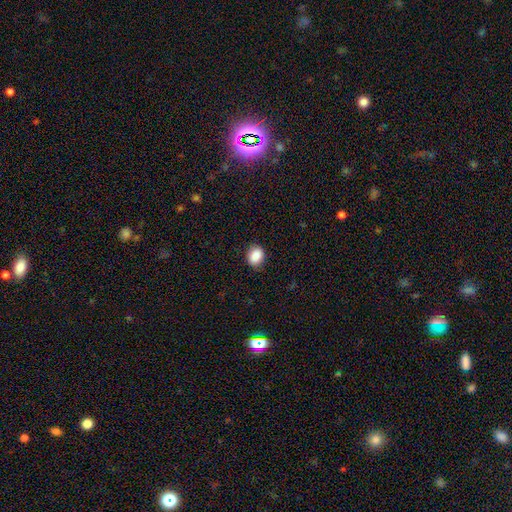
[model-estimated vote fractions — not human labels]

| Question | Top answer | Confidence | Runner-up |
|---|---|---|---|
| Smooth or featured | smooth | 87% | star or artifact (8%) |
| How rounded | in between | 50% | round (49%) |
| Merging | none | 85% | minor disturbance (11%) |